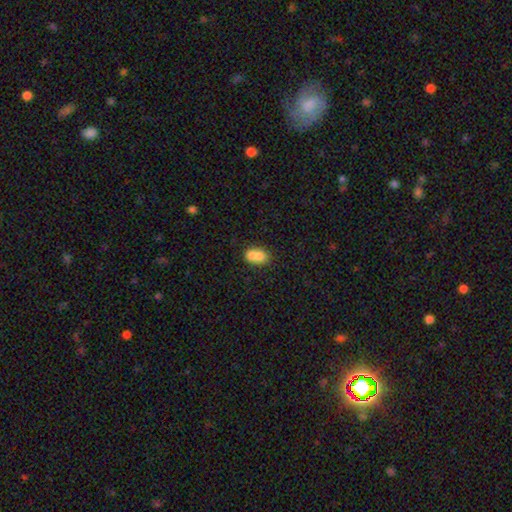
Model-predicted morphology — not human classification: Smooth or featured? smooth (76%)
How rounded? in between (75%)
Merging? merger (46%)